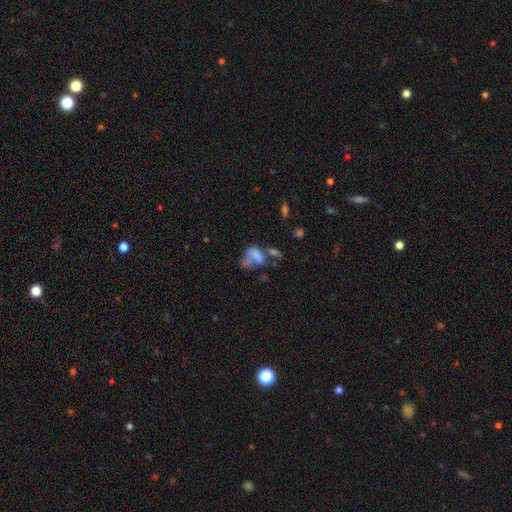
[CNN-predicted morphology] The model was most divided on "merging": merger: 35%, major disturbance: 29%, none: 21%, minor disturbance: 15%. More confident: how rounded — in between (77%); smooth or featured — smooth (58%).